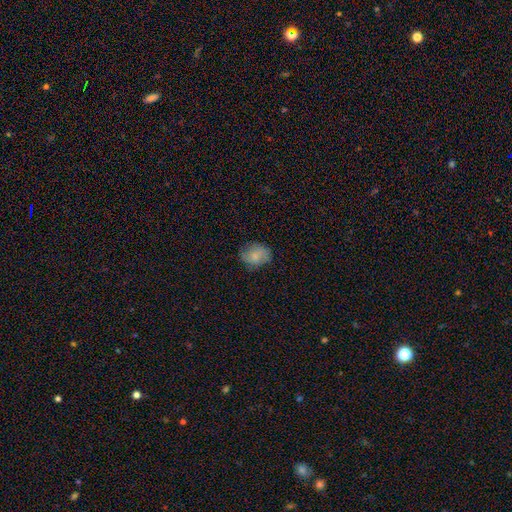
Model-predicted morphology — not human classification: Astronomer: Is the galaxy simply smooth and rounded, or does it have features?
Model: smooth — 76%.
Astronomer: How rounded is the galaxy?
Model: round — 53% (runner-up: in between, 46%).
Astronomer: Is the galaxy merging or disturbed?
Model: none — 73%.